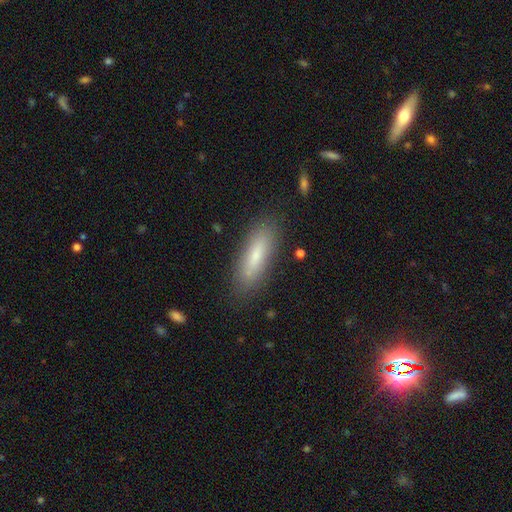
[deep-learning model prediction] A smooth galaxy with no disk features (73%) that is cigar-shaped (62%).

Vote fractions:
- Smooth or featured? smooth: 73% / featured or disk: 19% / star or artifact: 8%
- How rounded? cigar-shaped: 62% / in between: 36% / round: 2%
- Merging? none: 85% / minor disturbance: 11% / major disturbance: 3% / merger: 2%